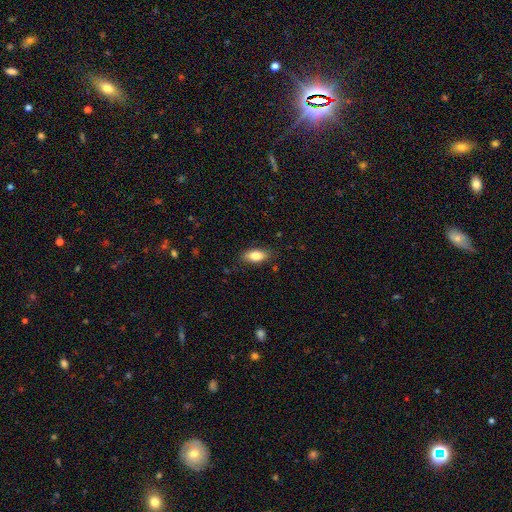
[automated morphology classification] Smooth or featured: smooth — 81% (featured or disk — 12%)
How rounded: in between — 86% (cigar-shaped — 9%)
Merging: none — 84% (minor disturbance — 12%)